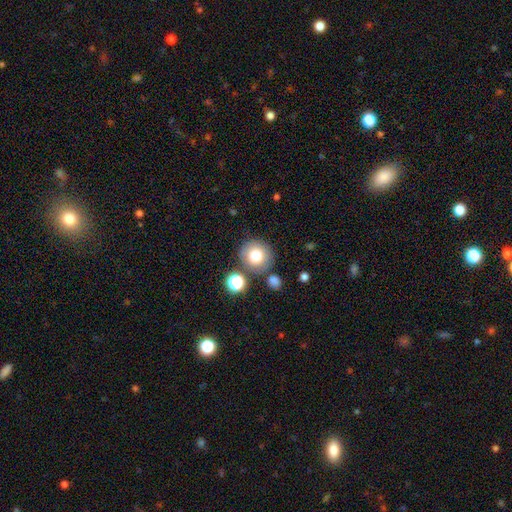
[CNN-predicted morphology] smooth_or_featured: smooth (p=0.77) [alt: featured or disk p=0.12]
how_rounded: round (p=0.91) [alt: in between p=0.08]
merging: none (p=0.76) [alt: minor disturbance p=0.11]